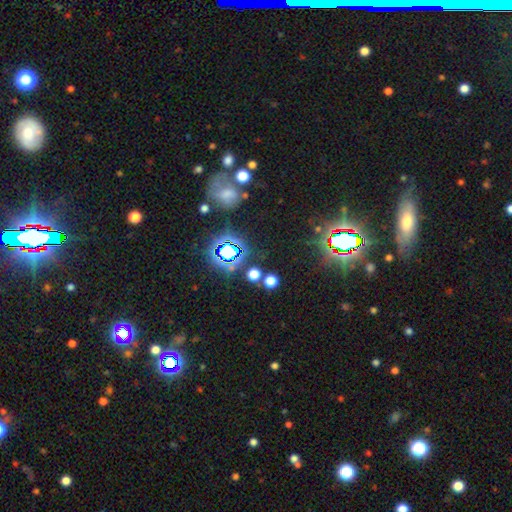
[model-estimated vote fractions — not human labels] This is likely a star or artifact rather than a galaxy (77%).